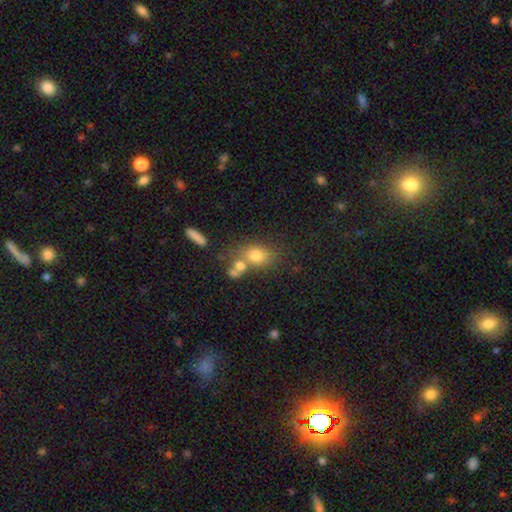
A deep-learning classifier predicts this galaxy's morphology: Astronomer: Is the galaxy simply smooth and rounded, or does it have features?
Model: smooth — 74%.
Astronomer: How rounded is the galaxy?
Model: in between — 58% (runner-up: round, 39%).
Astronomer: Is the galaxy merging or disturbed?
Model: none — 47% (runner-up: merger, 34%).